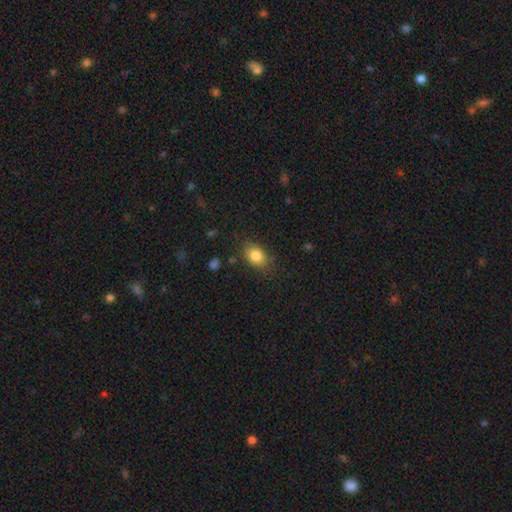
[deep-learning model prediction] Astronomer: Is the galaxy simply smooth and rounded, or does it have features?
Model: smooth — 84%.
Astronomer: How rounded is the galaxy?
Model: in between — 77%.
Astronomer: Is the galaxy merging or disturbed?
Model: none — 78%.